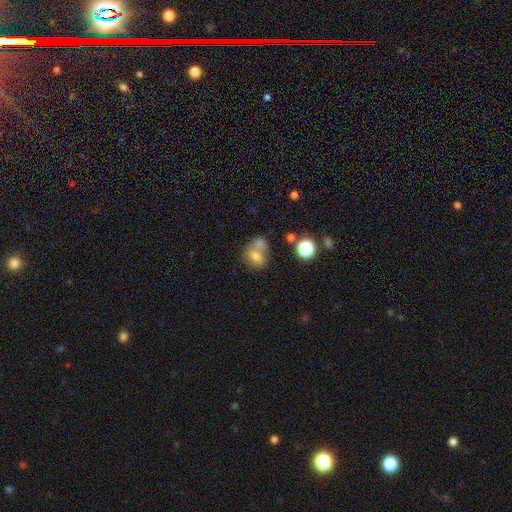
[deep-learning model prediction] A smooth galaxy with no disk features (72%) that is round (51%).

Vote fractions:
- Smooth or featured? smooth: 72% / featured or disk: 14% / star or artifact: 13%
- How rounded? round: 51% / in between: 48% / cigar-shaped: 1%
- Merging? merger: 49% / none: 34% / minor disturbance: 11% / major disturbance: 6%